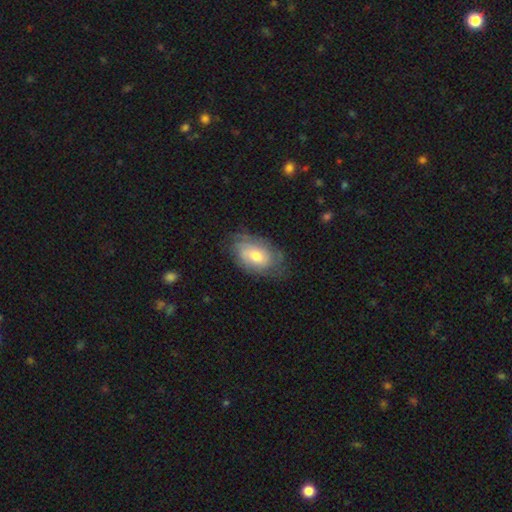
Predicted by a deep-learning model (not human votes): Morphology: type=smooth (47%); merging=none (63%).